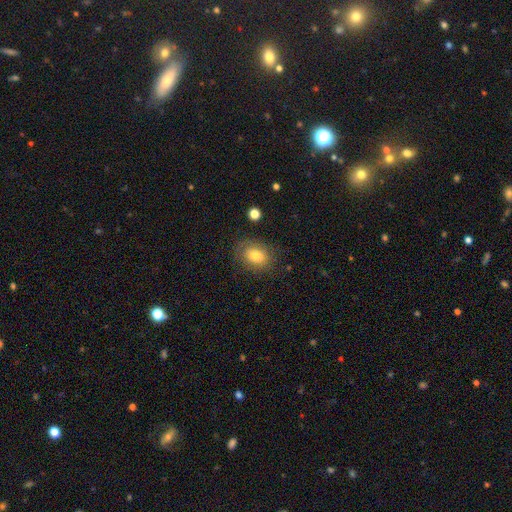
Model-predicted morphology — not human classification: Overall: smooth (77%). How rounded: in between (59%; round 40%). Merging: none (79%).